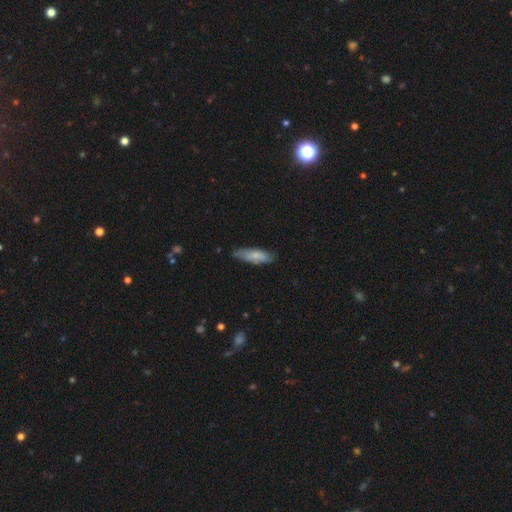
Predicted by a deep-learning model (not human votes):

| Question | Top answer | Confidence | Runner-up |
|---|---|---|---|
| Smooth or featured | smooth | 72% | featured or disk (22%) |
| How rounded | in between | 53% | cigar-shaped (45%) |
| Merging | none | 67% | minor disturbance (27%) |